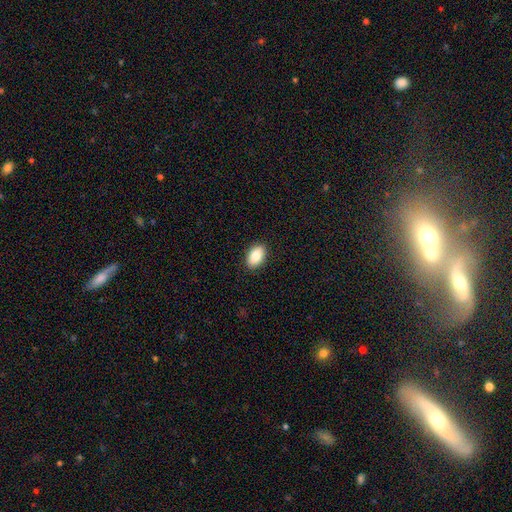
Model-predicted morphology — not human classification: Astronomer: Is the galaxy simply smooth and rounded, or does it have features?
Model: smooth — 86%.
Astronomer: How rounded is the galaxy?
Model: in between — 92%.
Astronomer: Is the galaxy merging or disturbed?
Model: none — 89%.